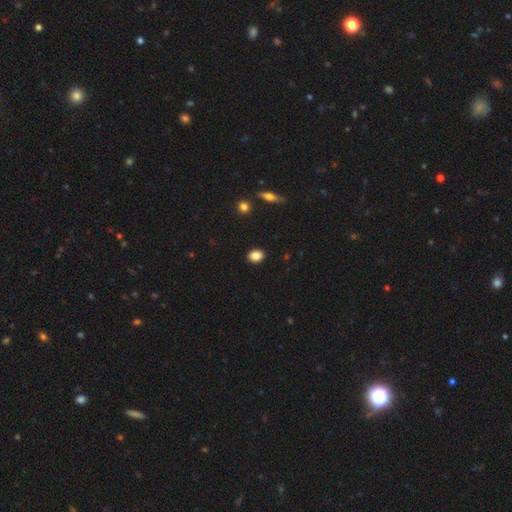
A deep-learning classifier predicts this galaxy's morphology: This appears to be a smooth galaxy with no disk features (86%) that is in between round and cigar-shaped (50%). Merging: none (91%).